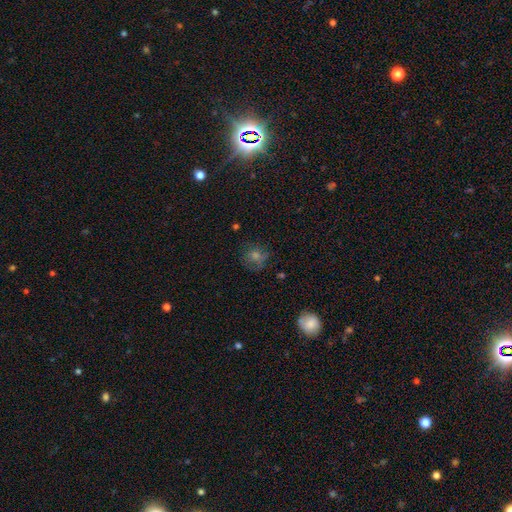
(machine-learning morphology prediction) Q: Smooth or featured?
A: smooth (43%); runner-up: star or artifact (32%)
Q: Merging?
A: none (73%); runner-up: minor disturbance (16%)